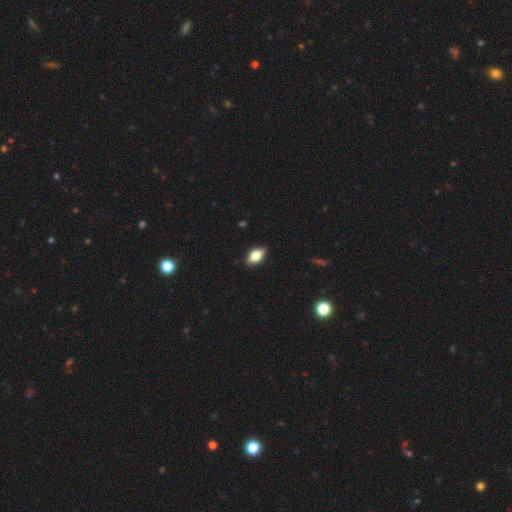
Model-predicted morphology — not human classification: This appears to be a smooth galaxy with no disk features (76%) that is in between round and cigar-shaped (89%). Merging: none (86%).